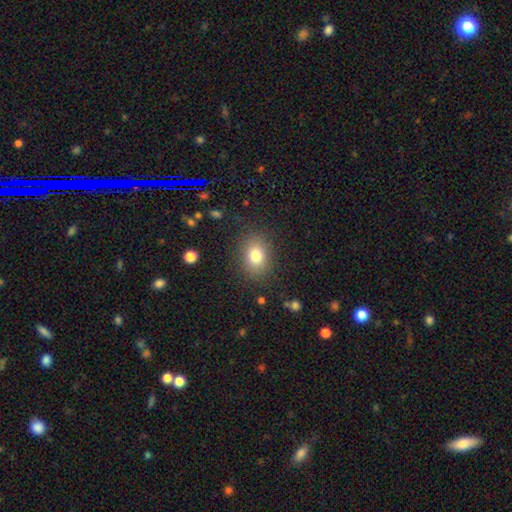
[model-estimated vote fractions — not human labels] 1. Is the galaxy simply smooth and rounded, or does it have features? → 80% smooth, 11% star or artifact, 9% featured or disk.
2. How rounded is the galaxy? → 61% in between, 38% round, 1% cigar-shaped.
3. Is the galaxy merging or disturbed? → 84% none, 10% minor disturbance, 4% major disturbance, 1% merger.